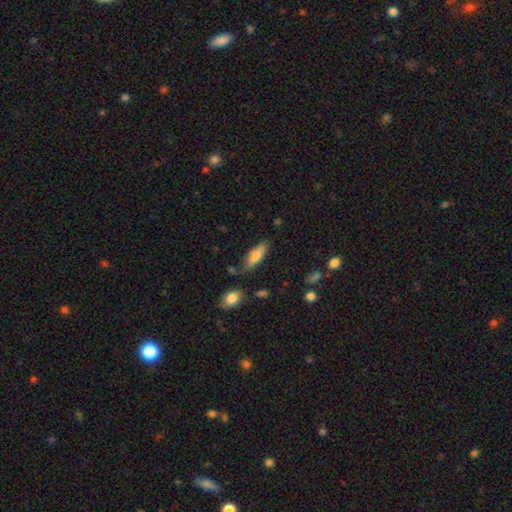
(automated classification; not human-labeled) smooth 72%, featured or disk 21%, star or artifact 7%. Down the decision tree: how rounded — in between (55%); merging — none (66%).